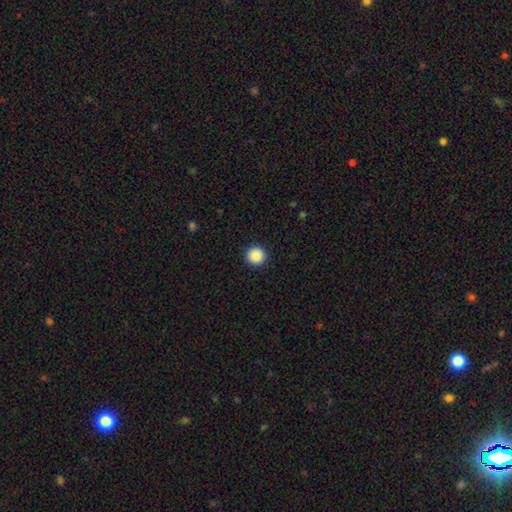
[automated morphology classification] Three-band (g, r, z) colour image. It shows a smooth galaxy with no disk features (88%) that is round (95%). Merging: none (93%).